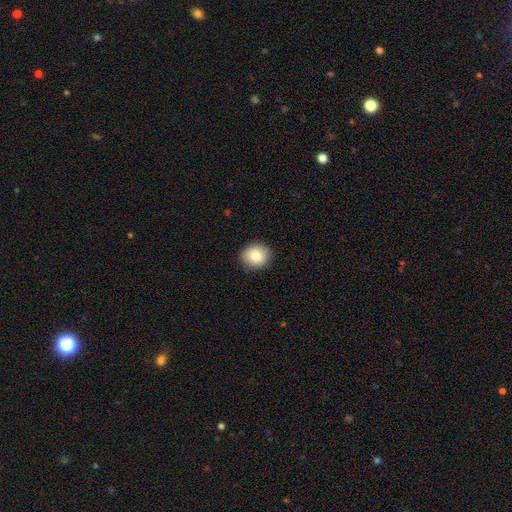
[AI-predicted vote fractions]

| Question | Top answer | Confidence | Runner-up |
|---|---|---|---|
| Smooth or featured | smooth | 83% | featured or disk (9%) |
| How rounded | round | 73% | in between (26%) |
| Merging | none | 89% | minor disturbance (8%) |